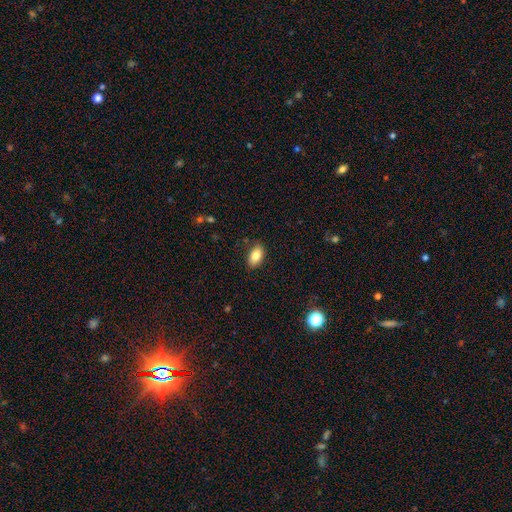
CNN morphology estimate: Smooth or featured? smooth (82%)
How rounded? in between (92%)
Merging? none (86%)